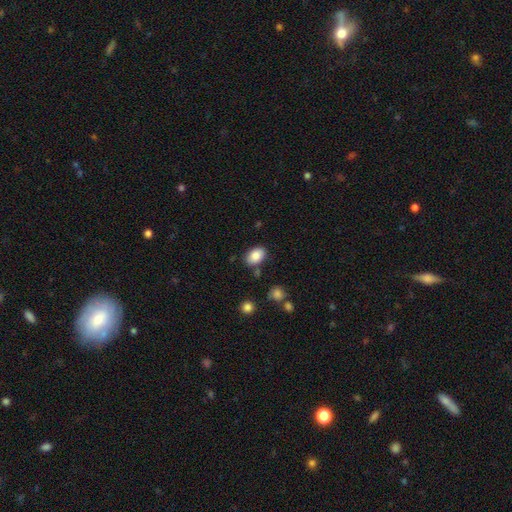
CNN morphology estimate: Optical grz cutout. It shows a smooth galaxy with no disk features (86%) that is in between round and cigar-shaped (85%). Merging: none (80%).